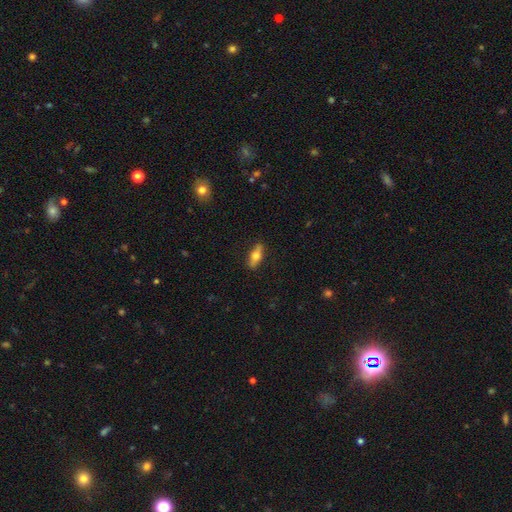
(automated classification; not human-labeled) A smooth galaxy with no disk features (54%) that is in between round and cigar-shaped (55%). Merging: none (85%).